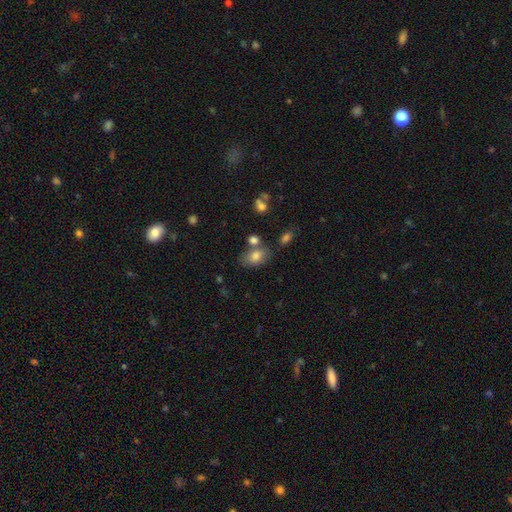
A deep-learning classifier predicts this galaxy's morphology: type=smooth (79%); roundness=in between (84%); merging=none (62%).